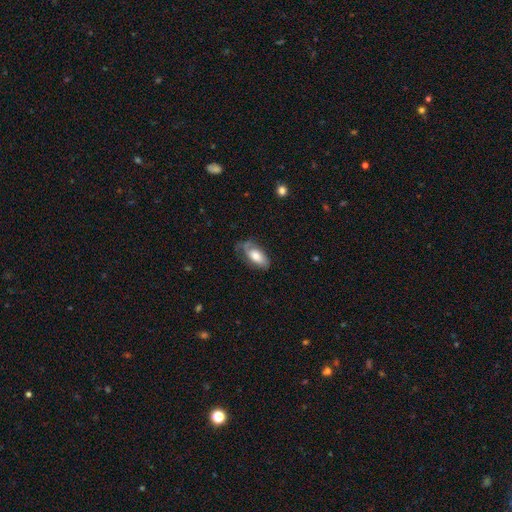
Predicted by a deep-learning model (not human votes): Morphology: type=smooth (65%); roundness=in between (87%); merging=none (47%).